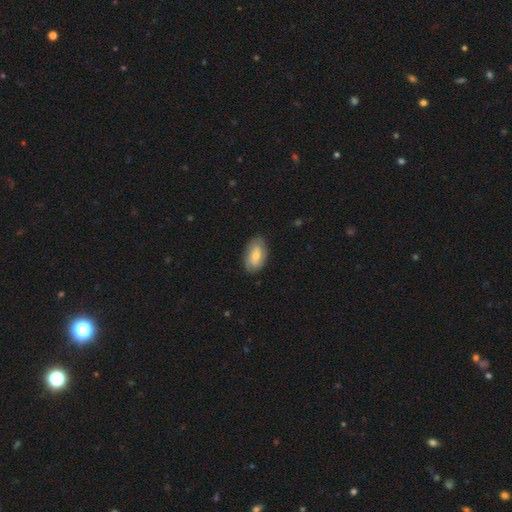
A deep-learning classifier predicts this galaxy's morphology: Q: Smooth or featured?
A: smooth (61%); runner-up: featured or disk (32%)
Q: How rounded?
A: in between (92%); runner-up: round (5%)
Q: Merging?
A: none (80%); runner-up: minor disturbance (16%)